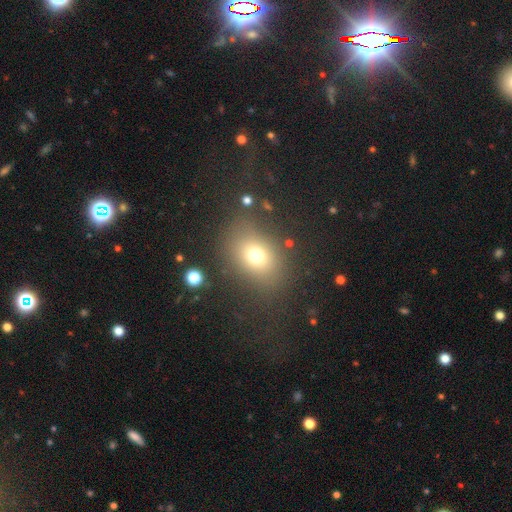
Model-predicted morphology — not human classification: A smooth galaxy with no disk features (71%) that is in between round and cigar-shaped (55%).

Vote fractions:
- Smooth or featured? smooth: 71% / star or artifact: 16% / featured or disk: 12%
- How rounded? in between: 55% / round: 44% / cigar-shaped: 1%
- Merging? none: 77% / minor disturbance: 12% / major disturbance: 8% / merger: 3%